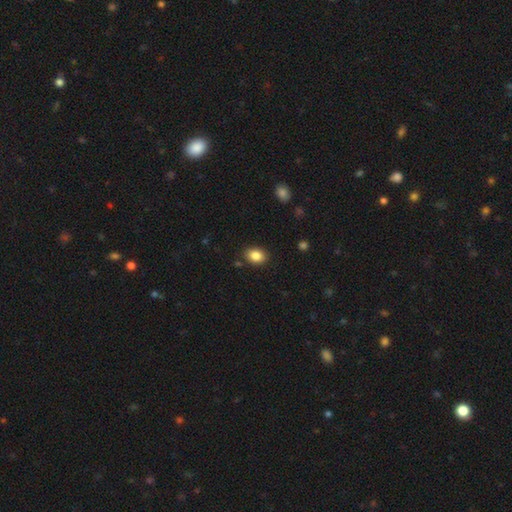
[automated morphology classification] A smooth galaxy with no disk features (86%) that is in between round and cigar-shaped (76%). Merging: none (86%).